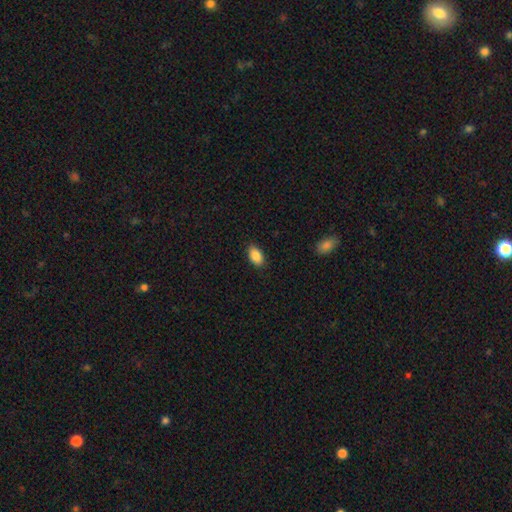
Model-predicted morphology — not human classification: This appears to be a smooth galaxy with no disk features (88%) that is in between round and cigar-shaped (92%). Merging: none (88%).